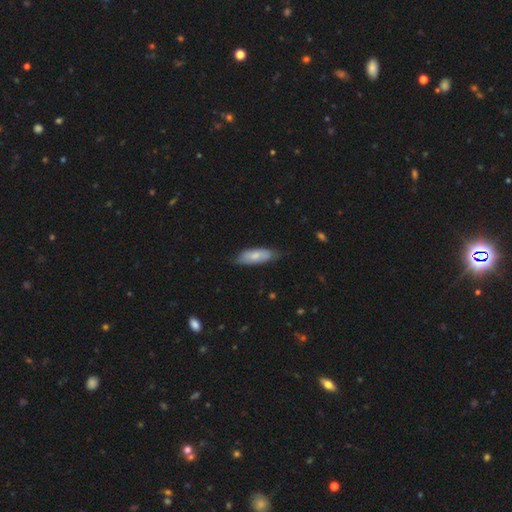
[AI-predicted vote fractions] Smooth or featured: smooth — 74% (featured or disk — 20%)
How rounded: in between — 72% (cigar-shaped — 26%)
Merging: none — 71% (minor disturbance — 24%)